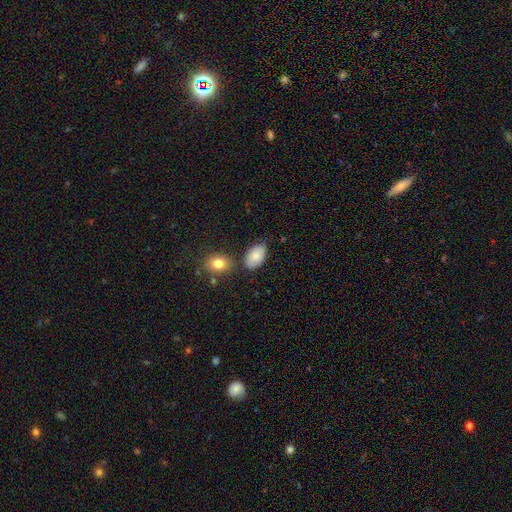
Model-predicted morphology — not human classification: Q: Smooth or featured?
A: smooth (84%); runner-up: featured or disk (10%)
Q: How rounded?
A: in between (93%); runner-up: round (6%)
Q: Merging?
A: none (70%); runner-up: minor disturbance (18%)